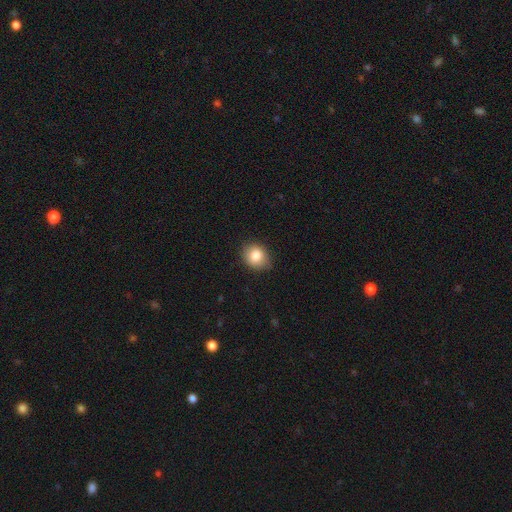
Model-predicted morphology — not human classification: This appears to be a smooth galaxy with no disk features (84%) that is round (60%). Merging: none (80%).